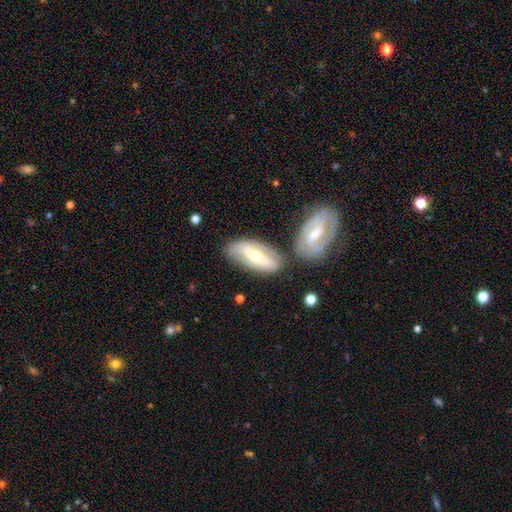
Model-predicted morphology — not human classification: Smooth or featured? Predicted: featured or disk (p=0.62). Edge-on disk? Predicted: no (p=0.76). Merging? Predicted: none (p=0.66).